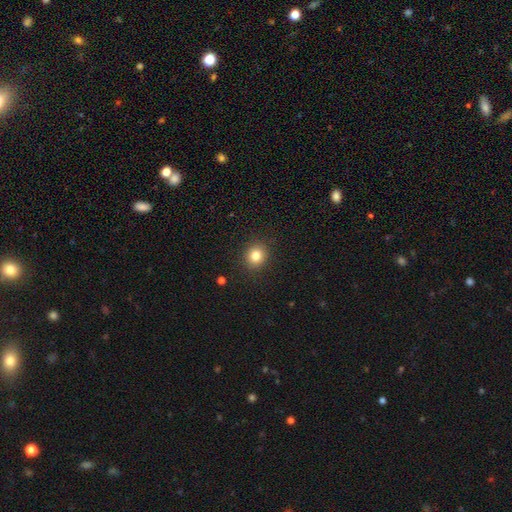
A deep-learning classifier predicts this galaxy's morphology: smooth-or-featured: smooth: 83% | star or artifact: 11% | featured or disk: 6%
  how-rounded: round: 79% | in between: 20% | cigar-shaped: 1%
  merging: none: 90% | minor disturbance: 7% | major disturbance: 2% | merger: 1%